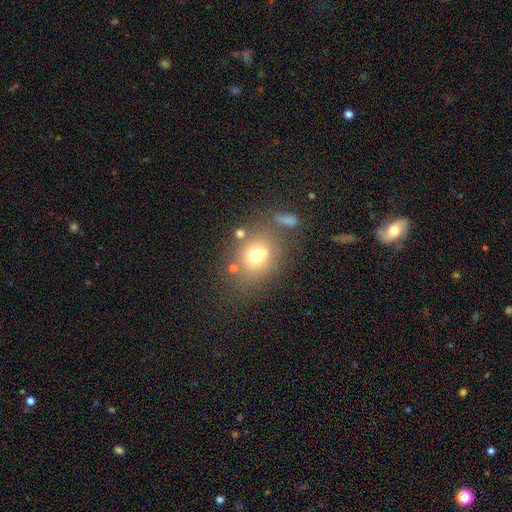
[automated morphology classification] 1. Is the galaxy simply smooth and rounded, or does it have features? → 66% smooth, 18% featured or disk, 15% star or artifact.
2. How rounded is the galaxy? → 68% round, 31% in between, 1% cigar-shaped.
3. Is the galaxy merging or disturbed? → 58% none, 21% merger, 14% minor disturbance, 8% major disturbance.